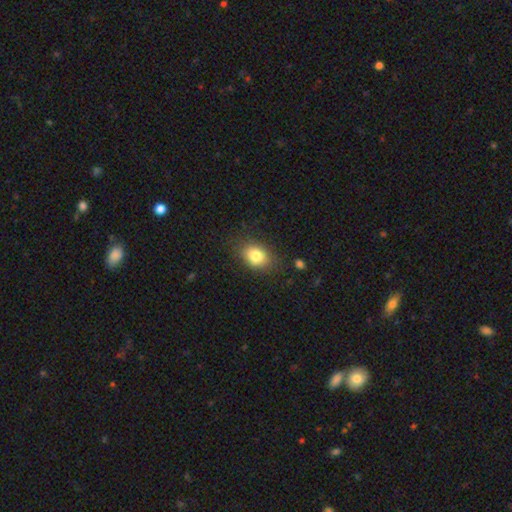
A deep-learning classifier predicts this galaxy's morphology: This is clearly a smooth galaxy (81%). How rounded: likely in between (69%). Merging: likely none (78%).